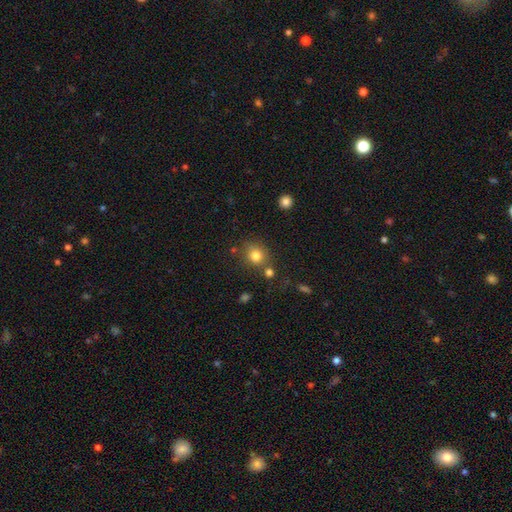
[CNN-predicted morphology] Smooth or featured: smooth — 79% (star or artifact — 13%)
How rounded: round — 81% (in between — 18%)
Merging: none — 72% (merger — 12%)